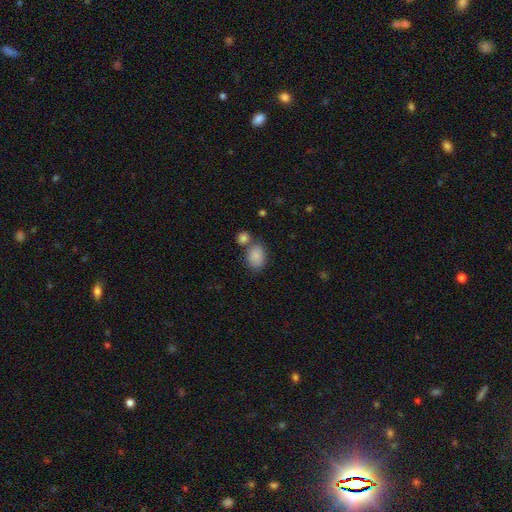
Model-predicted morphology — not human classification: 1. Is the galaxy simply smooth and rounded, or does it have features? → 86% smooth, 8% star or artifact, 5% featured or disk.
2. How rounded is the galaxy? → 69% in between, 30% round, 1% cigar-shaped.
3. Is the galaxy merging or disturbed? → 57% none, 26% merger, 13% minor disturbance, 4% major disturbance.